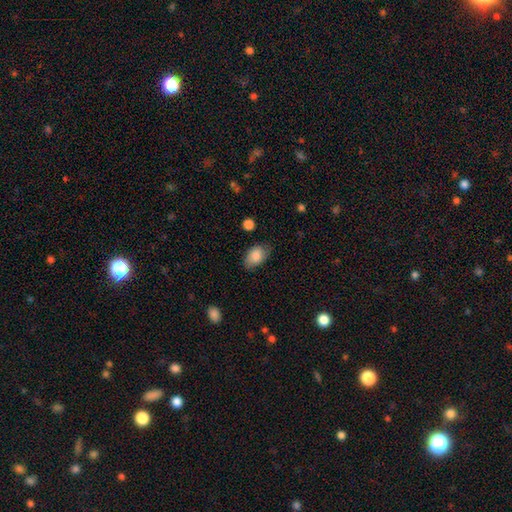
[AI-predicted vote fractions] Overall: smooth (85%). How rounded: in between (88%). Merging: none (74%).